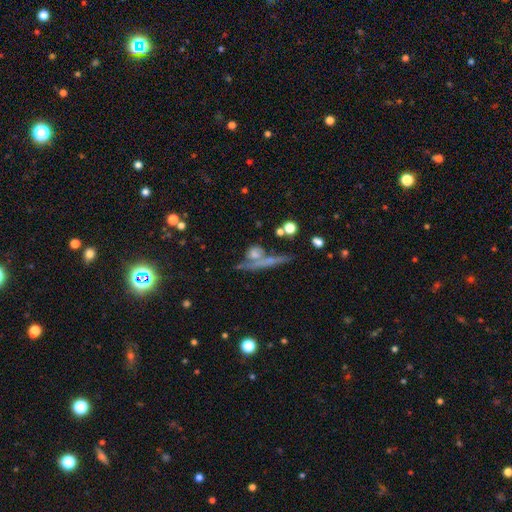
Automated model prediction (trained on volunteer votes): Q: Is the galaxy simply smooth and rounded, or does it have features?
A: smooth — 50%.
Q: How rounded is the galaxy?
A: round — 48%.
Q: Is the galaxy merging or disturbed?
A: none — 43%.